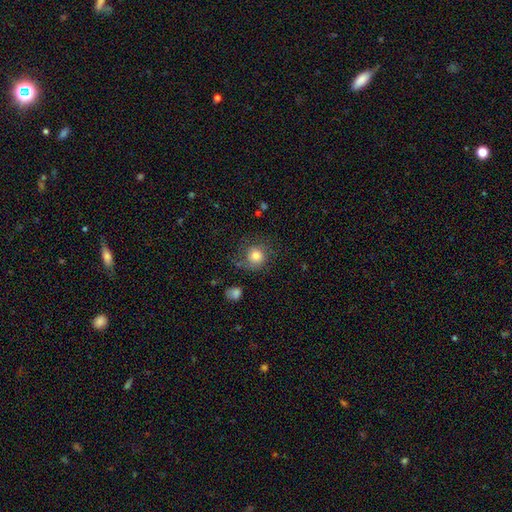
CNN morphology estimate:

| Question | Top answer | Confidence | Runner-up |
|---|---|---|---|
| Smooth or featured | smooth | 72% | featured or disk (18%) |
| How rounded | round | 85% | in between (14%) |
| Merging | none | 63% | minor disturbance (20%) |